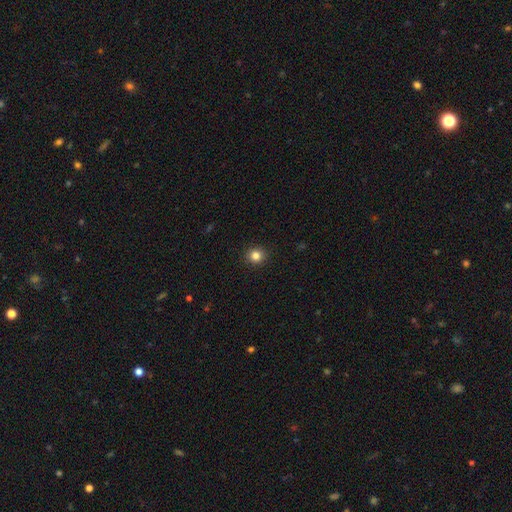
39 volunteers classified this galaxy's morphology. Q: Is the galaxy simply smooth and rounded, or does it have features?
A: smooth — 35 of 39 (90%).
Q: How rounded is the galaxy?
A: round — 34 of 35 (97%).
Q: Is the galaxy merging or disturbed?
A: none — 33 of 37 (89%).